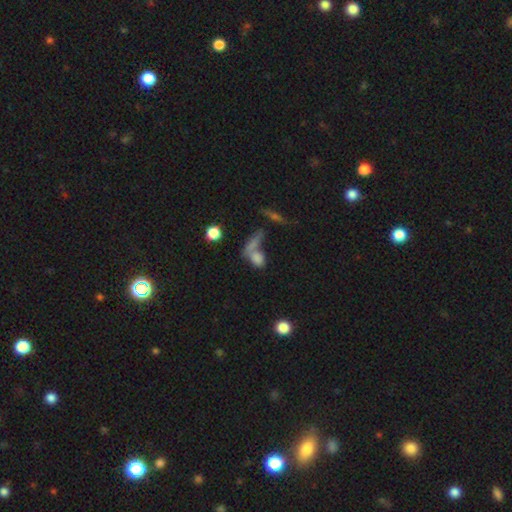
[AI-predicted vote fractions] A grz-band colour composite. It shows a smooth galaxy with no disk features (72%) that is in between round and cigar-shaped (65%). Merging: merger (47%).